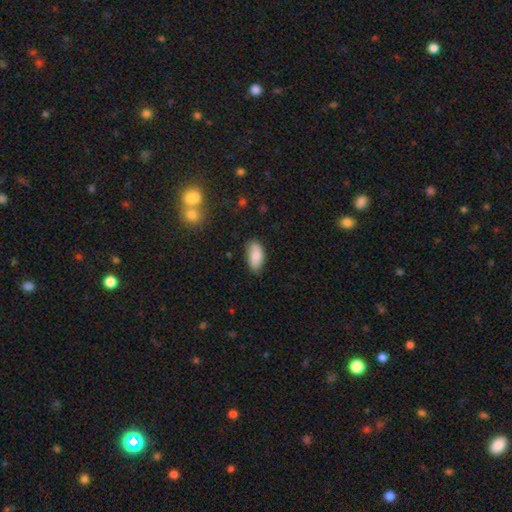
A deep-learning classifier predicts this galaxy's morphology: type=smooth (80%); roundness=in between (93%); merging=none (68%).